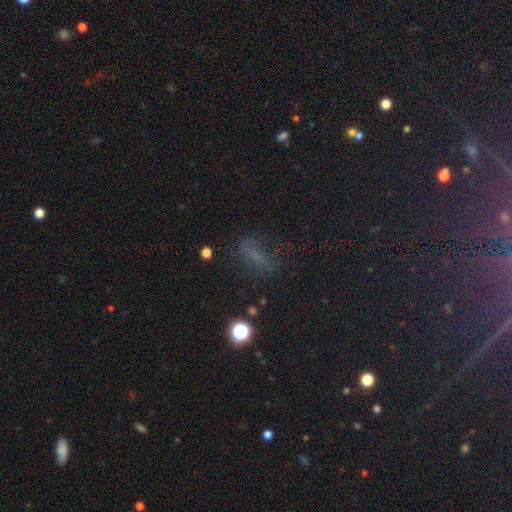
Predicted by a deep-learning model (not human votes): Smooth or featured? smooth (41%)
Merging? none (56%)